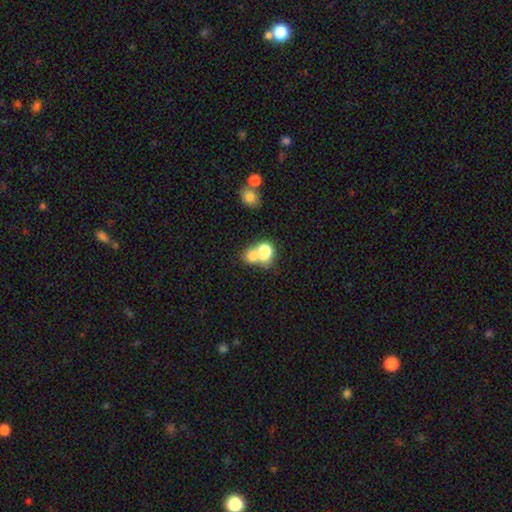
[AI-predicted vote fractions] Morphology: type=smooth (73%); roundness=round (59%); merging=merger (65%).